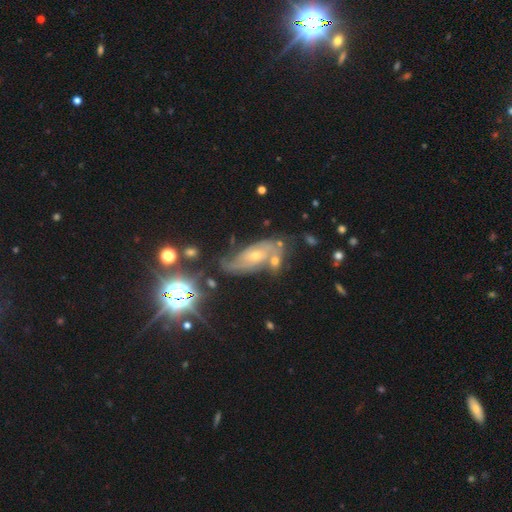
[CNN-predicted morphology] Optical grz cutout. It shows a featured or disk galaxy (66%) with no bar (69%), spiral arms (84%) and a small central bulge (53%). Merging: none (46%).